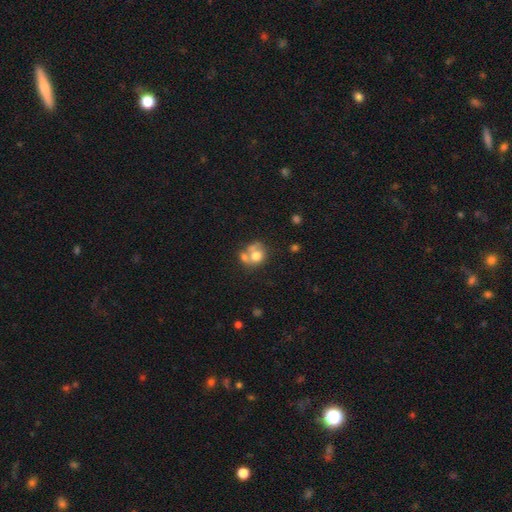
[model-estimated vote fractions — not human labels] Smooth or featured? smooth (64%)
How rounded? round (65%)
Merging? merger (51%)